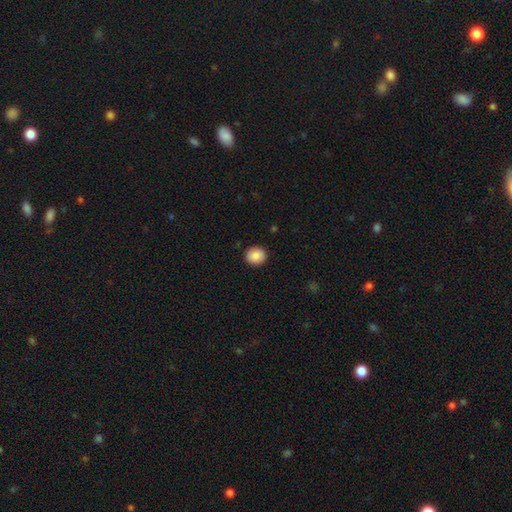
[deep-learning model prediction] smooth 88%, star or artifact 8%, featured or disk 5%. Down the decision tree: how rounded — round (86%); merging — none (92%).